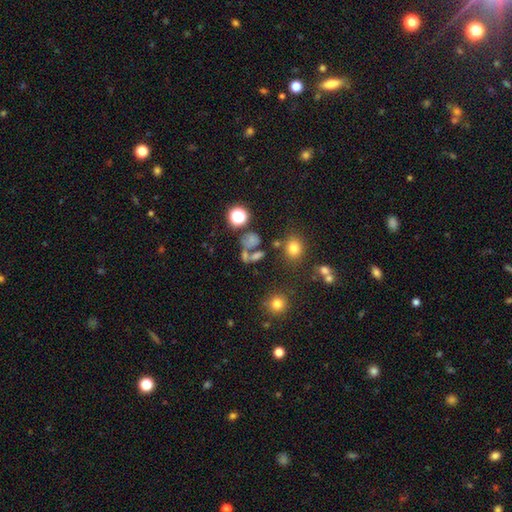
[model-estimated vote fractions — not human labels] This appears to be a smooth galaxy with no disk features (59%) that is in between round and cigar-shaped (50%). Merging: none (44%).